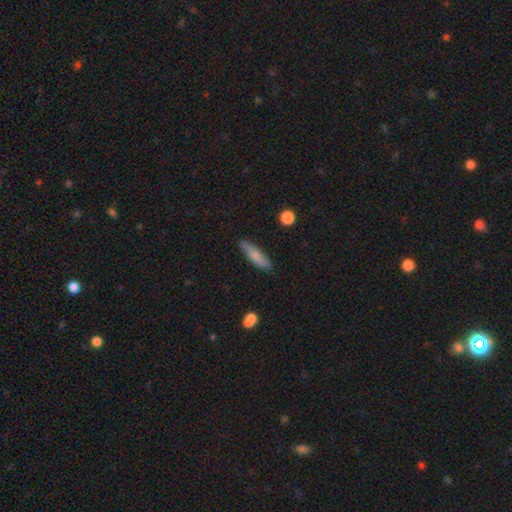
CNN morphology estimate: Q: Smooth or featured?
A: smooth (77%); runner-up: featured or disk (17%)
Q: How rounded?
A: cigar-shaped (69%); runner-up: in between (30%)
Q: Merging?
A: none (84%); runner-up: minor disturbance (12%)